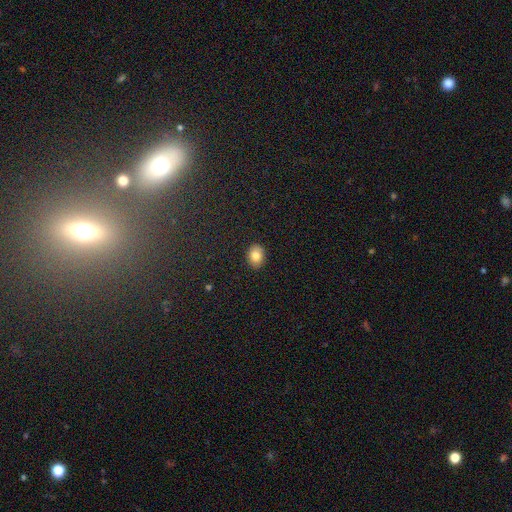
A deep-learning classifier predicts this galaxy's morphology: smooth 81%, featured or disk 10%, star or artifact 9%. Down the decision tree: how rounded — in between (60%); merging — none (90%).